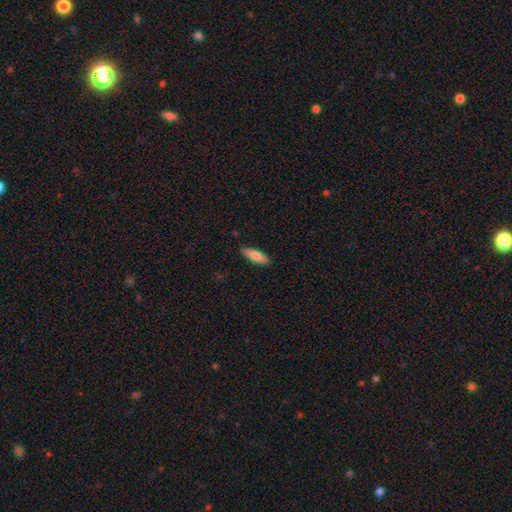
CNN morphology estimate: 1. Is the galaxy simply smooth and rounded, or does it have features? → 78% smooth, 17% featured or disk, 6% star or artifact.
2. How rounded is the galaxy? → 57% in between, 41% cigar-shaped, 2% round.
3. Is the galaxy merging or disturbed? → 88% none, 9% minor disturbance, 2% major disturbance, 1% merger.